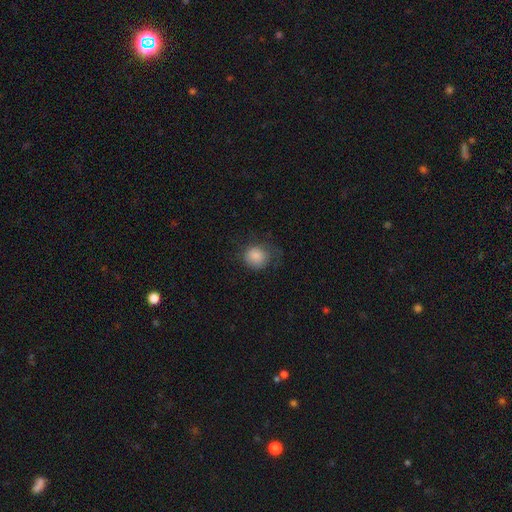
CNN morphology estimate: Smooth or featured? smooth (81%)
How rounded? round (78%)
Merging? none (56%)